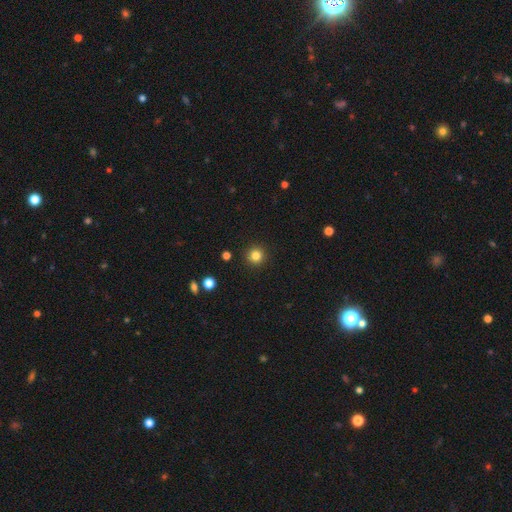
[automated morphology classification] Smooth or featured? Predicted: smooth (p=0.83). How rounded? Predicted: round (p=0.95). Merging? Predicted: none (p=0.92).